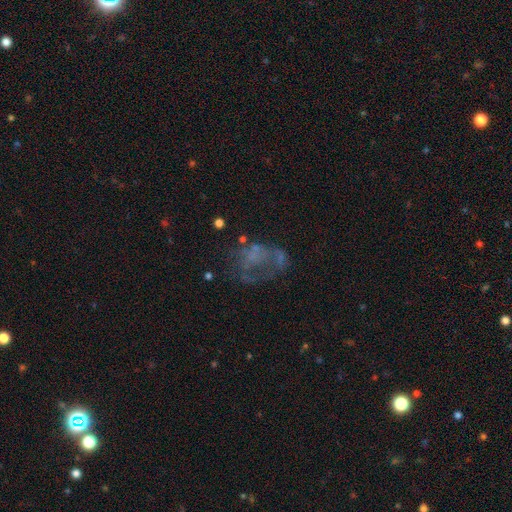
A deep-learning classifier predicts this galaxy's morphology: Smooth or featured? Predicted: featured or disk (p=0.52). Edge-on disk? Predicted: no (p=0.98). Bar? Predicted: no (p=0.91). Spiral arms? Predicted: no (p=0.85). Bulge size? Predicted: none (p=0.77). Merging? Predicted: major disturbance (p=0.41).